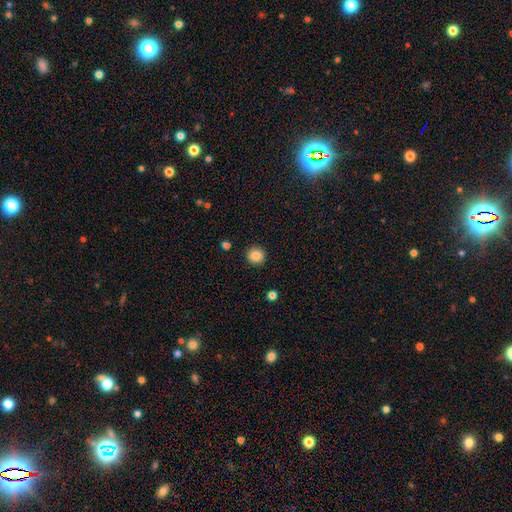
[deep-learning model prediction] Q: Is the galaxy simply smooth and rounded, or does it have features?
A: smooth — 86%.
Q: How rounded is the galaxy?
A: round — 93%.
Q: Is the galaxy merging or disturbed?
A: none — 92%.